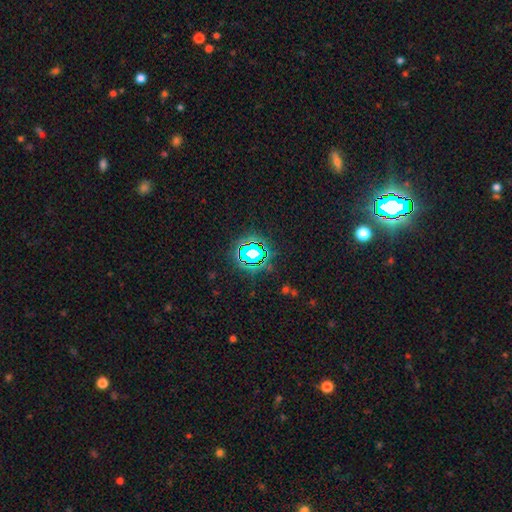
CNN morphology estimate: Smooth or featured: star or artifact — 81% (smooth — 11%)